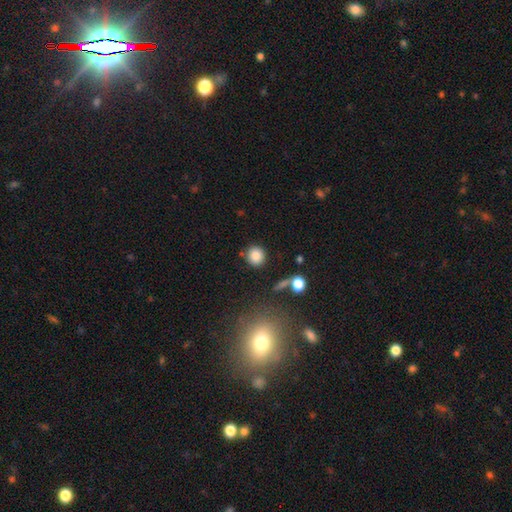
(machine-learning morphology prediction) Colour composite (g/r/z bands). It shows a smooth galaxy with no disk features (85%) that is round (86%). Merging: none (82%).